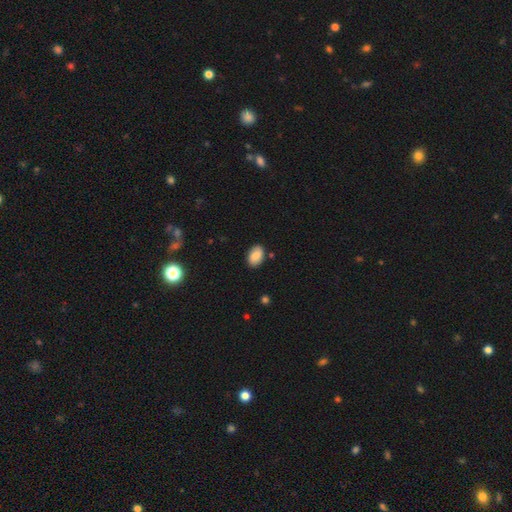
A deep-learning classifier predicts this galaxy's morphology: This appears to be a smooth galaxy with no disk features (82%) that is in between round and cigar-shaped (87%). Merging: none (85%).